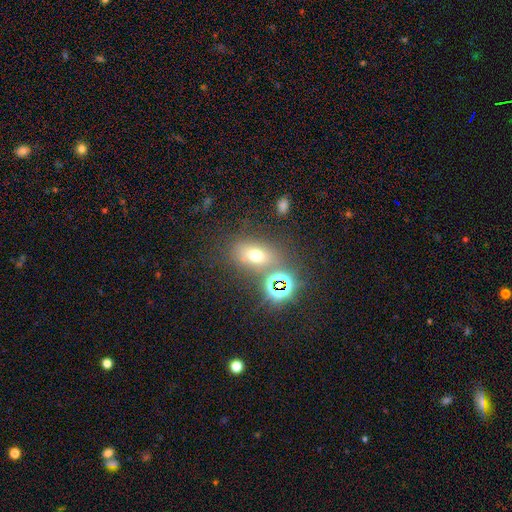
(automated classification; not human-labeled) A smooth galaxy with no disk features (57%) that is in between round and cigar-shaped (70%).

Vote fractions:
- Smooth or featured? smooth: 57% / star or artifact: 29% / featured or disk: 14%
- How rounded? in between: 70% / round: 26% / cigar-shaped: 4%
- Merging? none: 69% / minor disturbance: 13% / merger: 12% / major disturbance: 7%